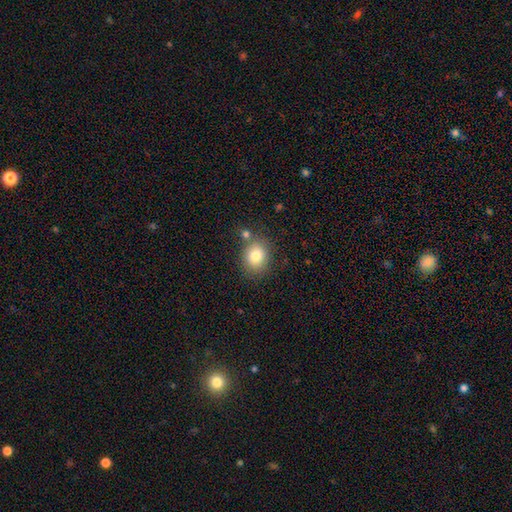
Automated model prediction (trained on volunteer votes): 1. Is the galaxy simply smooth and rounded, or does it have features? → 81% smooth, 10% star or artifact, 10% featured or disk.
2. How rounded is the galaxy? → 59% round, 40% in between, 1% cigar-shaped.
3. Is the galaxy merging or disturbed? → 72% none, 13% minor disturbance, 10% merger, 4% major disturbance.